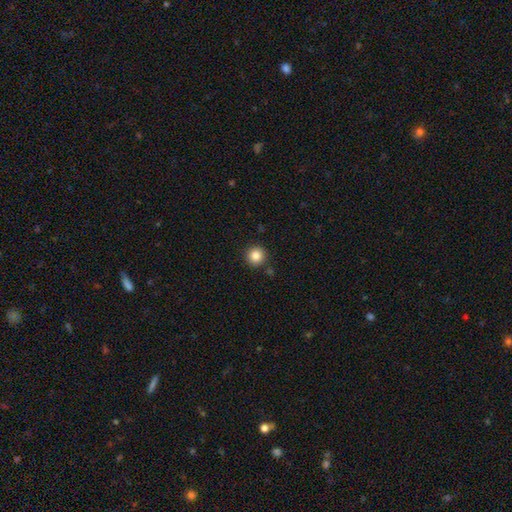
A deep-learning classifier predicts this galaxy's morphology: type=smooth (84%); roundness=round (95%); merging=none (89%).